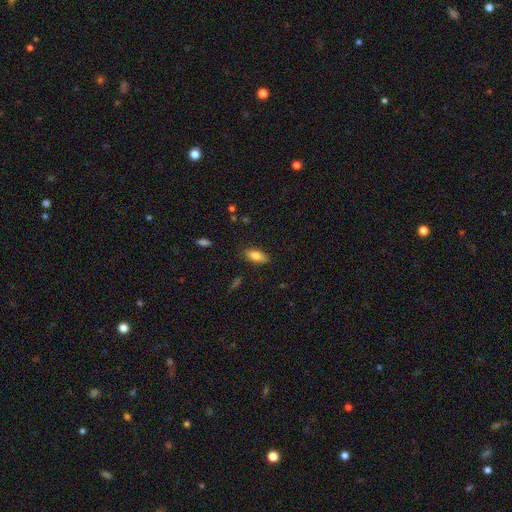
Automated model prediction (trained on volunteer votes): This appears to be a smooth galaxy with no disk features (82%) that is in between round and cigar-shaped (85%). Merging: none (85%).